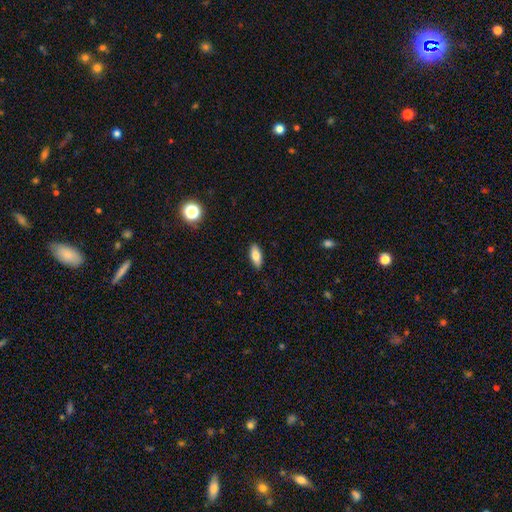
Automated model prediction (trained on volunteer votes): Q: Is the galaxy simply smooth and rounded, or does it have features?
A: smooth — 80%.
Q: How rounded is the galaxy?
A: in between — 80%.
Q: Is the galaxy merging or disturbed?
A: none — 88%.